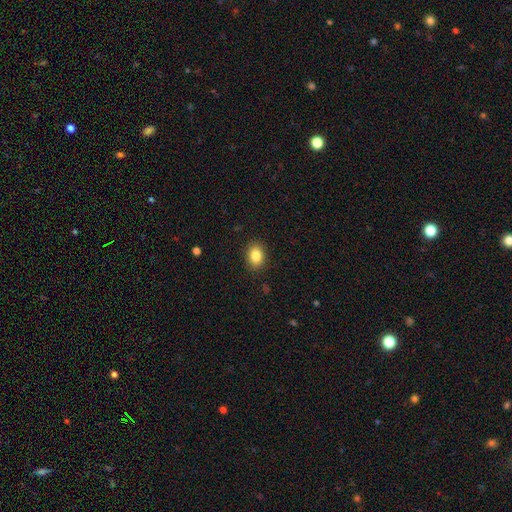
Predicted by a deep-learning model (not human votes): Q: Smooth or featured?
A: smooth (84%); runner-up: star or artifact (9%)
Q: How rounded?
A: in between (66%); runner-up: round (33%)
Q: Merging?
A: none (89%); runner-up: minor disturbance (8%)